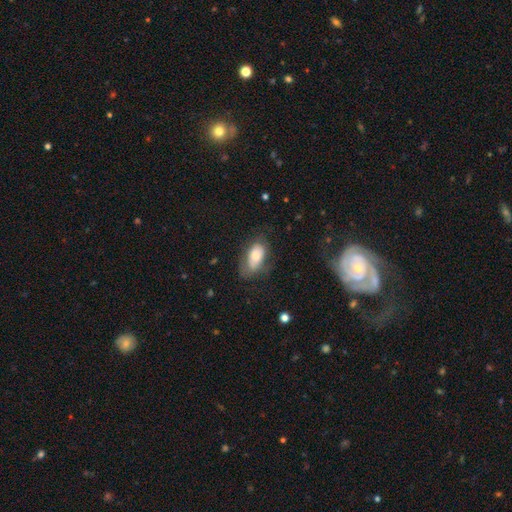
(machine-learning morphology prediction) smooth_or_featured: smooth (p=0.68) [alt: featured or disk p=0.25]
how_rounded: in between (p=0.91) [alt: round p=0.05]
merging: none (p=0.59) [alt: minor disturbance p=0.25]